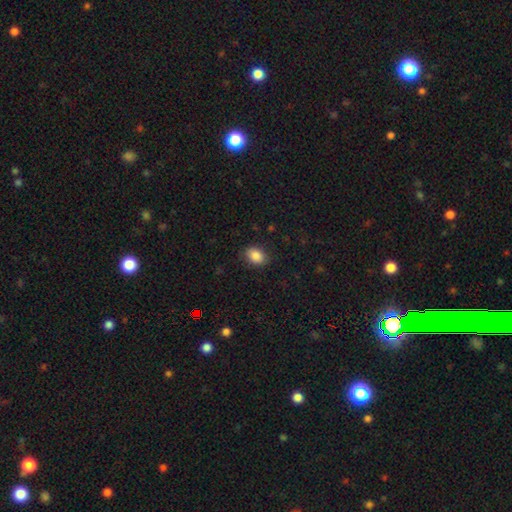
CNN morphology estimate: smooth-or-featured: smooth: 87% | star or artifact: 8% | featured or disk: 5%
  how-rounded: in between: 71% | round: 28% | cigar-shaped: 1%
  merging: none: 86% | minor disturbance: 11% | major disturbance: 3% | merger: 1%